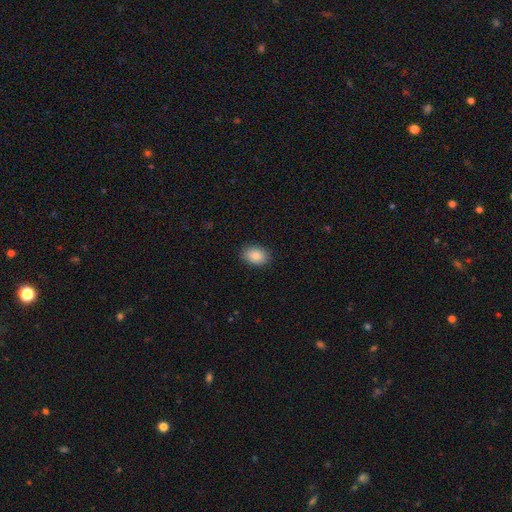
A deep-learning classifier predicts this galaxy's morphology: smooth_or_featured: smooth (p=0.89) [alt: star or artifact p=0.07]
how_rounded: in between (p=0.78) [alt: round p=0.21]
merging: none (p=0.88) [alt: minor disturbance p=0.09]